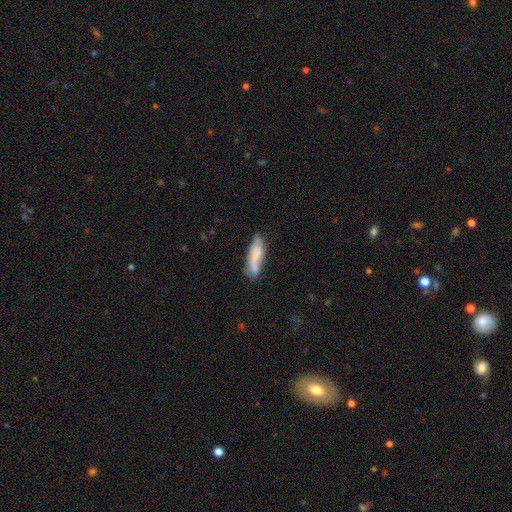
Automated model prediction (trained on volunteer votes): The model was most divided on "how rounded": cigar-shaped: 52%, in between: 46%, round: 2%. More confident: smooth or featured — smooth (65%); merging — none (54%).